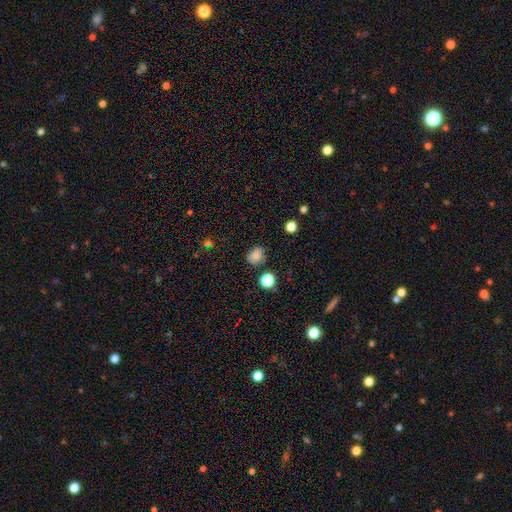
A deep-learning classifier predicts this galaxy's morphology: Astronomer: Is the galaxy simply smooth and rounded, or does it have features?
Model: smooth — 79%.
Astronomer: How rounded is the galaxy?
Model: round — 63%.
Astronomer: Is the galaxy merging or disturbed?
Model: none — 74%.